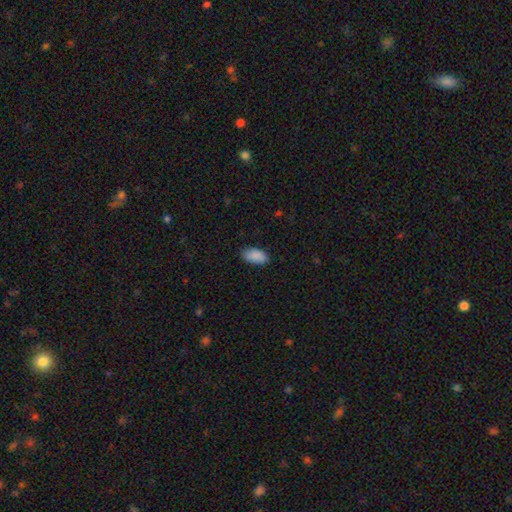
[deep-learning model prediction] Smooth or featured? smooth (90%)
How rounded? in between (94%)
Merging? none (84%)